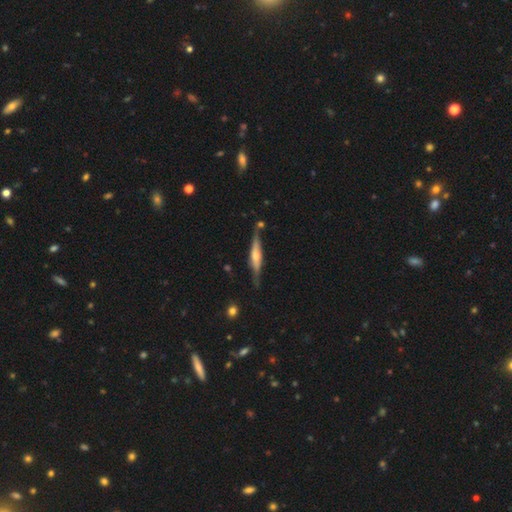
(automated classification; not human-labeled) This appears to be a featured or disk galaxy (66%) viewed edge-on (94%) with a rounded central bulge (68%). Merging: none (74%).